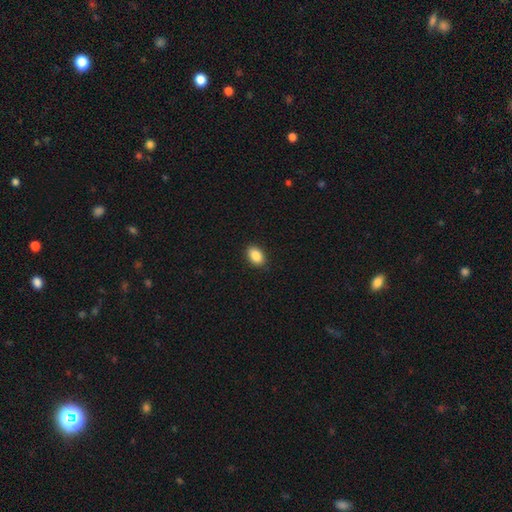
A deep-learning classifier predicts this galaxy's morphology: Smooth or featured? Predicted: smooth (p=0.88). How rounded? Predicted: in between (p=0.88). Merging? Predicted: none (p=0.89).